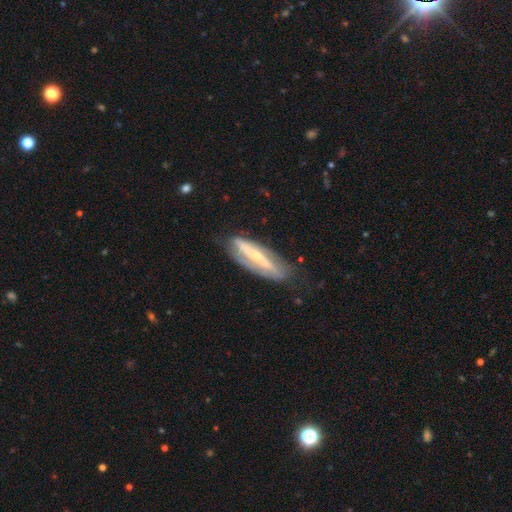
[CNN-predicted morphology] This appears to be a featured or disk galaxy (72%). Merging: none (69%).